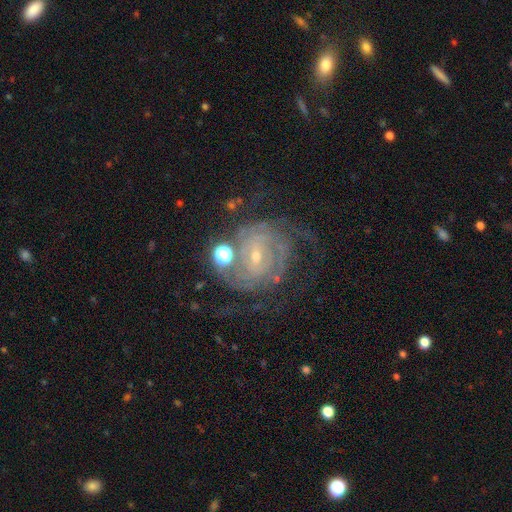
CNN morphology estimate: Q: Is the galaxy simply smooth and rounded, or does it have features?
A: featured or disk — 85%.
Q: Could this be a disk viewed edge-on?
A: no — 97%.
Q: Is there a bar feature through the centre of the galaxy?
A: no — 43%.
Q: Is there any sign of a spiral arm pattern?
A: yes — 95%.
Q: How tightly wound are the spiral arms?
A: tight — 68%.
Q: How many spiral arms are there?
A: can't tell — 33%.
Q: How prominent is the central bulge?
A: small — 76%.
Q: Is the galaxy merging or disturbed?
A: none — 61%.